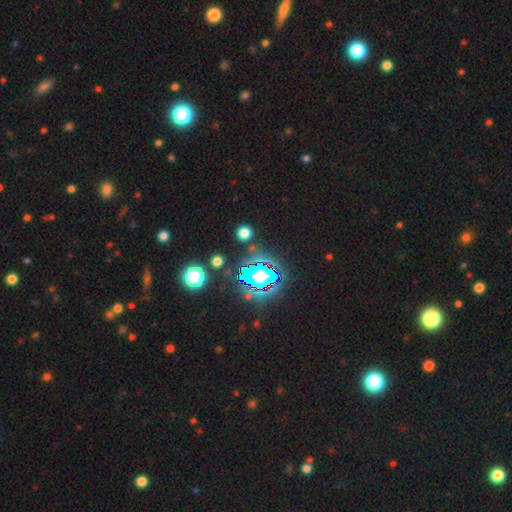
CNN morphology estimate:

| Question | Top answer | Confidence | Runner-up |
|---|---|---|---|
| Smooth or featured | star or artifact | 77% | smooth (14%) |